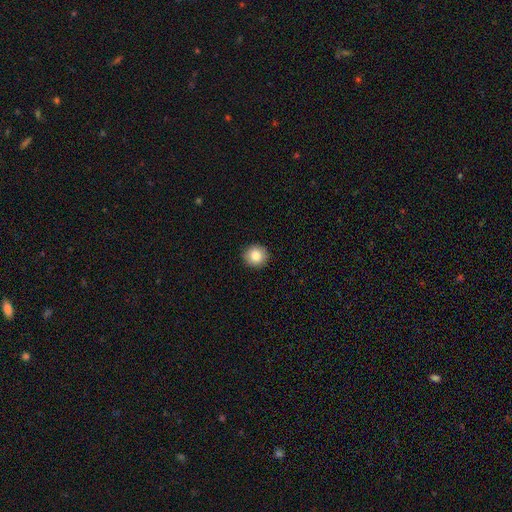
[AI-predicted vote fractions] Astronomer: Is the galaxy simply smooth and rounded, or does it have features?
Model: smooth — 83%.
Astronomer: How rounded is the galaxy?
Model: round — 89%.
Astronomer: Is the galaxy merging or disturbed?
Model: none — 92%.